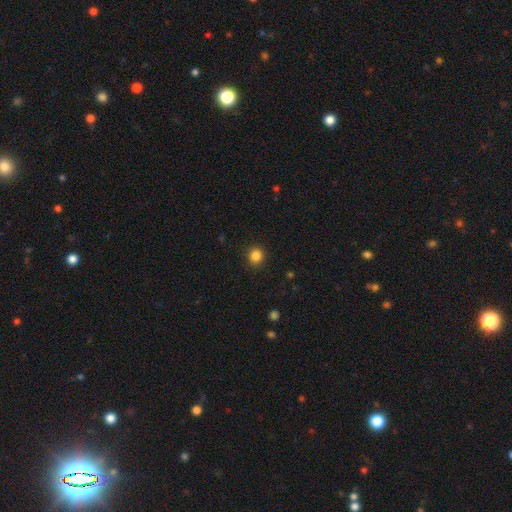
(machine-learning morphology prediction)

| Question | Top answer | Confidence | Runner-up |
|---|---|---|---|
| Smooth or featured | smooth | 85% | star or artifact (11%) |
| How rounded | round | 91% | in between (8%) |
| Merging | none | 91% | minor disturbance (6%) |